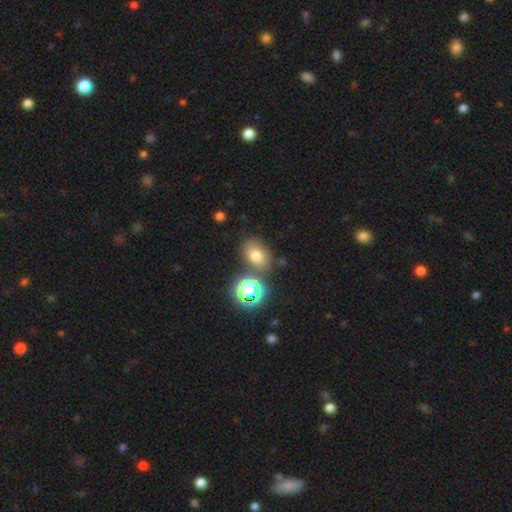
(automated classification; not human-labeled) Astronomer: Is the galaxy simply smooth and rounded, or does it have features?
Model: smooth — 68%.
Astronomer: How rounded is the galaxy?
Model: in between — 66%.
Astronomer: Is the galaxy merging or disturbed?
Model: none — 70%.